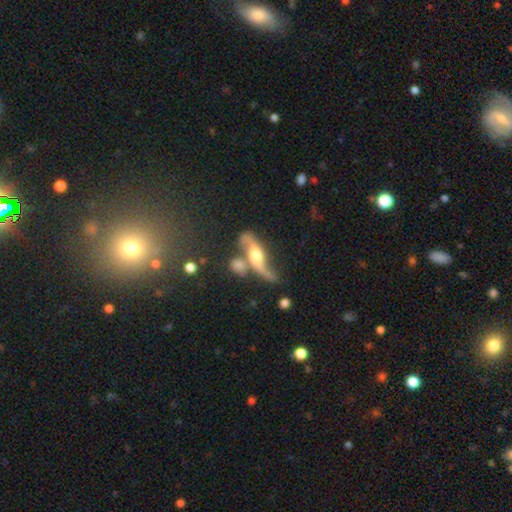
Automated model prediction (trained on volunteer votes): smooth-or-featured: featured or disk: 79% | smooth: 15% | star or artifact: 6%
  disk-edge-on: no: 72% | yes: 28%
    bar: no: 57% | weak: 29% | strong: 14%
    has-spiral-arms: yes: 89% | no: 11%
      spiral-winding: loose: 84% | medium: 12% | tight: 4%
      spiral-arm-count: 2: 89% | 1: 4% | can't tell: 3% | 3: 1% | 4: 1% | more than 4: 1%
    bulge-size: moderate: 63% | large: 21% | small: 12% | dominant: 2% | none: 2%
  merging: none: 40% | merger: 28% | minor disturbance: 17% | major disturbance: 15%